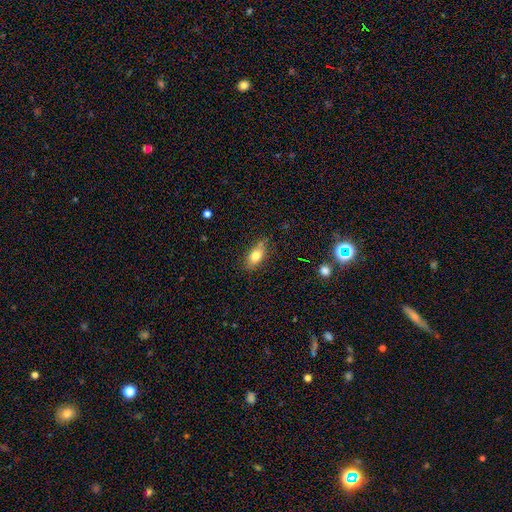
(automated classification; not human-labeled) A smooth galaxy with no disk features (75%) that is in between round and cigar-shaped (84%).

Vote fractions:
- Smooth or featured? smooth: 75% / featured or disk: 16% / star or artifact: 9%
- How rounded? in between: 84% / cigar-shaped: 8% / round: 7%
- Merging? none: 78% / minor disturbance: 17% / major disturbance: 3% / merger: 2%